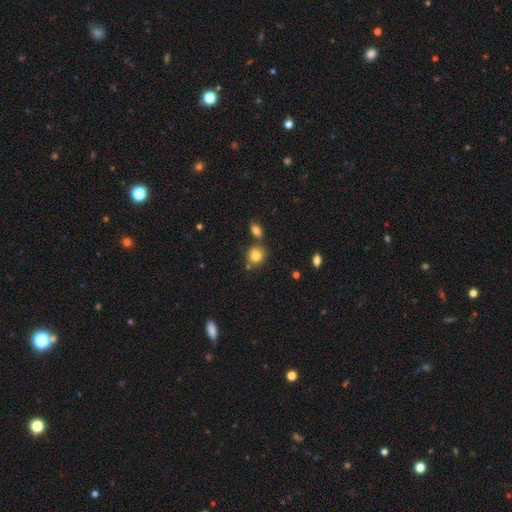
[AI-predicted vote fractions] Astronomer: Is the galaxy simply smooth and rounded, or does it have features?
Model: smooth — 81%.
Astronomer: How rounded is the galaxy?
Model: round — 80%.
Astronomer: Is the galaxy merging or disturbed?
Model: none — 65%.